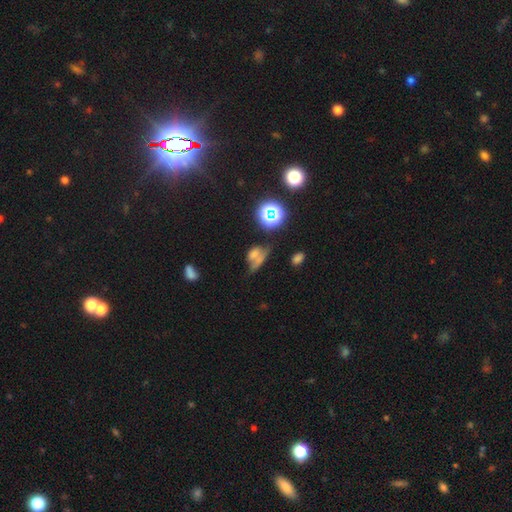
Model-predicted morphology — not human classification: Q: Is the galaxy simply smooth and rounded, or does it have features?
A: smooth — 52%.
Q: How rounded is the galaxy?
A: in between — 69%.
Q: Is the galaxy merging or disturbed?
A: merger — 35%.